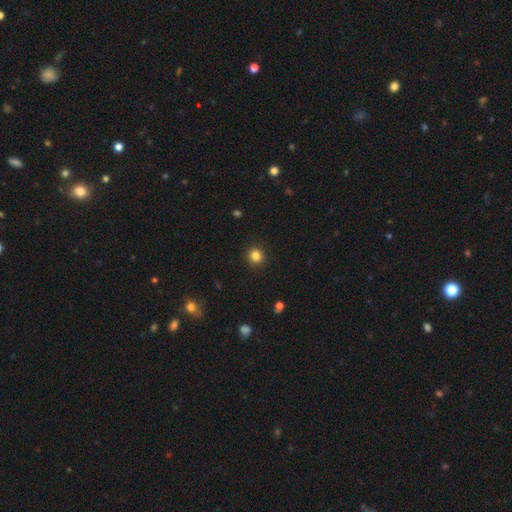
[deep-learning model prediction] smooth_or_featured: smooth (p=0.83) [alt: star or artifact p=0.12]
how_rounded: round (p=0.90) [alt: in between p=0.09]
merging: none (p=0.92) [alt: minor disturbance p=0.05]